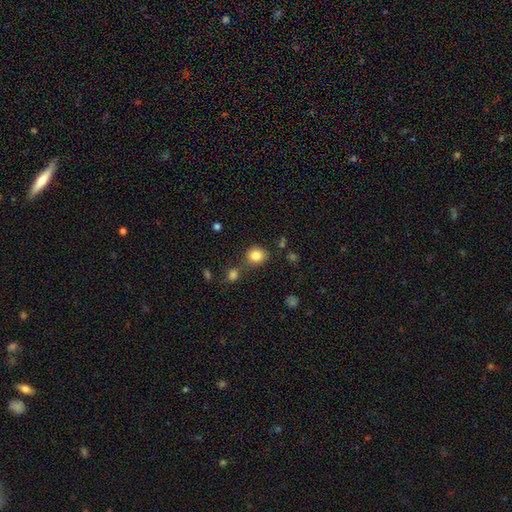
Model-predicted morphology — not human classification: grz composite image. It shows a smooth galaxy with no disk features (84%) that is round (80%). Merging: none (70%).